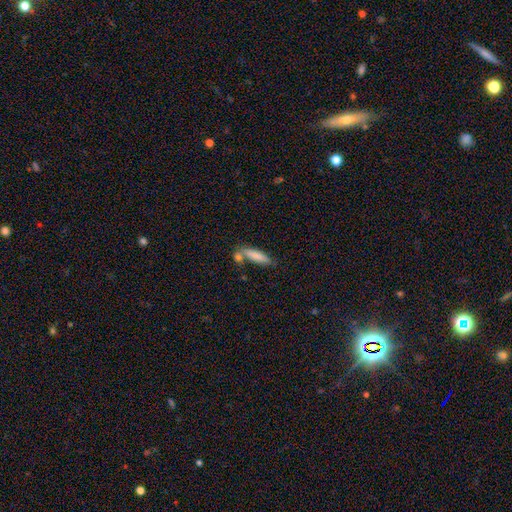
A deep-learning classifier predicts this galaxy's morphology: Q: Smooth or featured?
A: smooth (79%); runner-up: featured or disk (14%)
Q: How rounded?
A: cigar-shaped (71%); runner-up: in between (27%)
Q: Merging?
A: none (54%); runner-up: merger (26%)